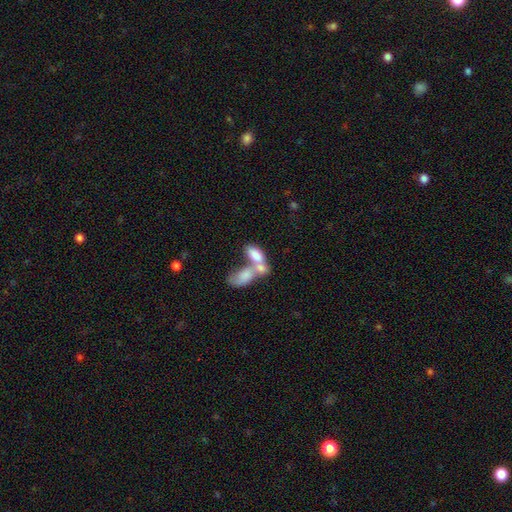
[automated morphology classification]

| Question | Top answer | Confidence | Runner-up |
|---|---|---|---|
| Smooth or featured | smooth | 71% | featured or disk (21%) |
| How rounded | in between | 86% | cigar-shaped (10%) |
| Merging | merger | 73% | none (14%) |